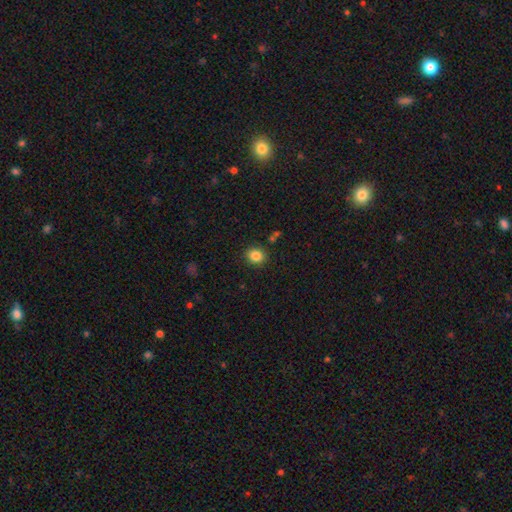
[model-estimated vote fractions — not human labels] Smooth or featured?
  - smooth: 85% *
  - star or artifact: 10%
  - featured or disk: 5%
How rounded?
  - round: 72% *
  - in between: 27%
  - cigar-shaped: 1%
Merging?
  - none: 87% *
  - minor disturbance: 8%
  - major disturbance: 2%
  - merger: 2%